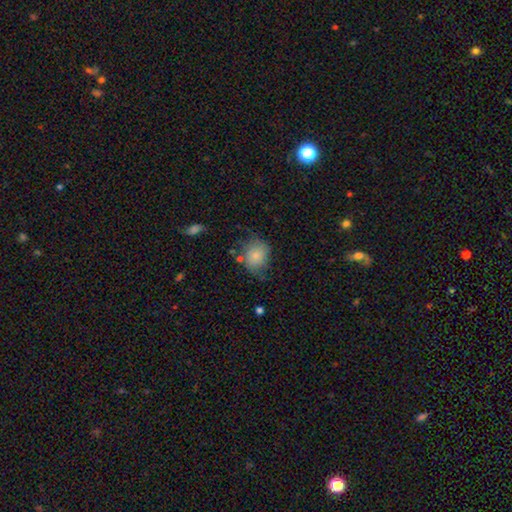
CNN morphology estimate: smooth_or_featured: smooth (p=0.82) [alt: featured or disk p=0.10]
how_rounded: round (p=0.58) [alt: in between p=0.41]
merging: none (p=0.60) [alt: minor disturbance p=0.27]